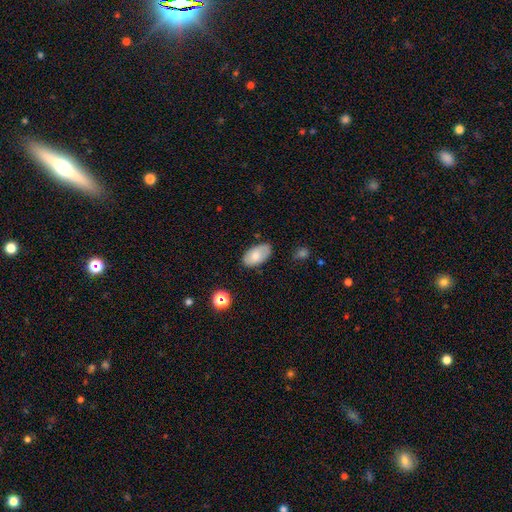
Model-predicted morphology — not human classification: smooth_or_featured: smooth (p=0.71) [alt: featured or disk p=0.22]
how_rounded: in between (p=0.94) [alt: round p=0.04]
merging: none (p=0.79) [alt: minor disturbance p=0.16]